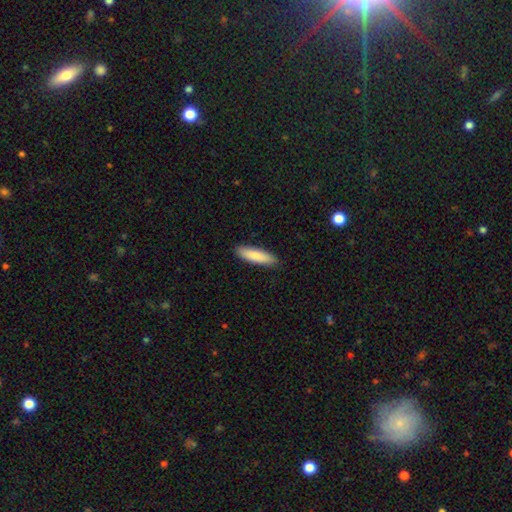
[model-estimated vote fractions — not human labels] This is clearly a smooth galaxy (86%). How rounded: likely cigar-shaped (69%). Merging: clearly none (90%).